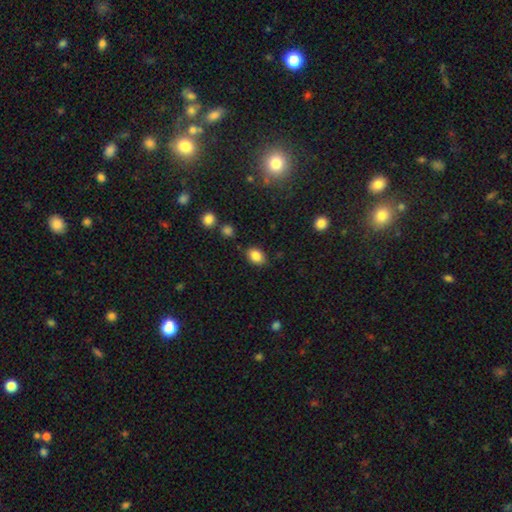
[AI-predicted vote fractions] Smooth or featured? Predicted: smooth (p=0.85). How rounded? Predicted: in between (p=0.79). Merging? Predicted: none (p=0.81).